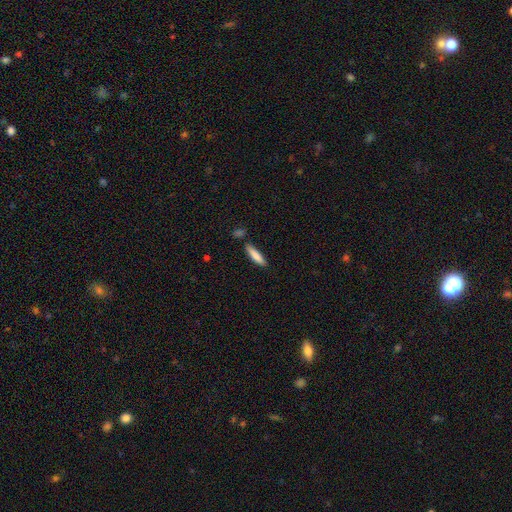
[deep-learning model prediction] The model was most divided on "how rounded": cigar-shaped: 80%, in between: 18%, round: 1%. More confident: merging — none (80%); smooth or featured — smooth (80%).